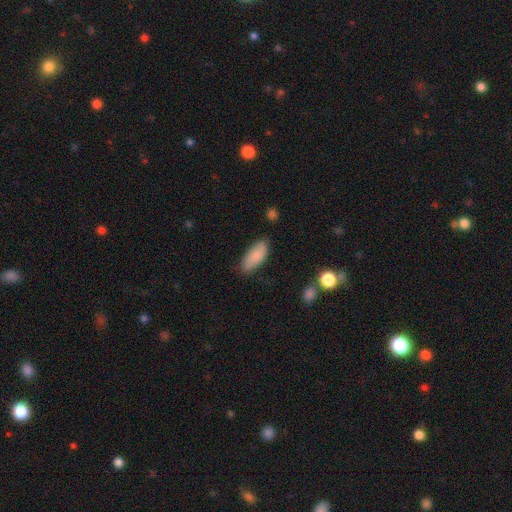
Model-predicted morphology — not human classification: smooth_or_featured: smooth (p=0.85) [alt: featured or disk p=0.09]
how_rounded: in between (p=0.84) [alt: cigar-shaped p=0.14]
merging: none (p=0.79) [alt: minor disturbance p=0.16]